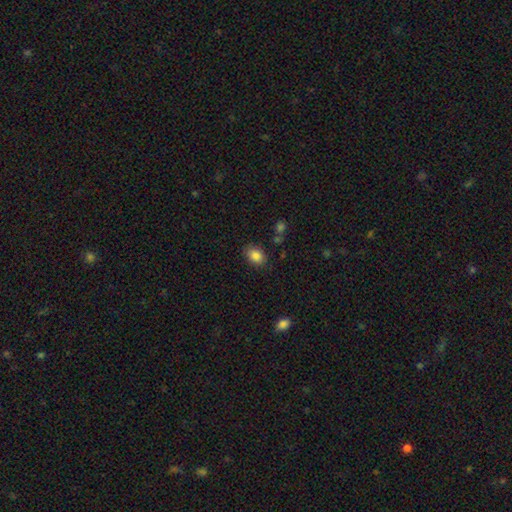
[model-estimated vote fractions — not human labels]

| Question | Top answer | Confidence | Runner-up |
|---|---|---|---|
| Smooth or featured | smooth | 85% | star or artifact (9%) |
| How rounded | in between | 78% | round (21%) |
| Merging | none | 82% | minor disturbance (12%) |